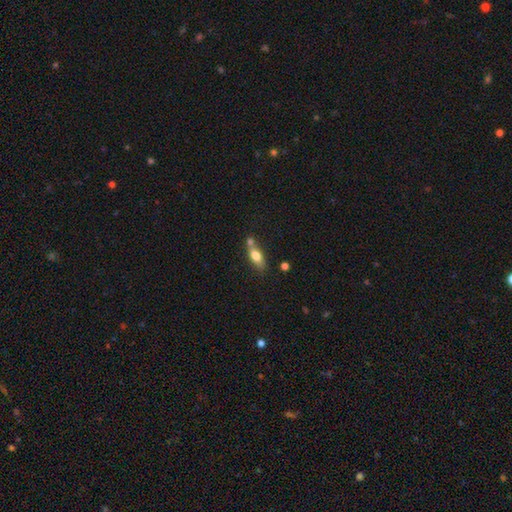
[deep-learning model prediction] Morphology: type=smooth (69%); roundness=in between (70%); merging=none (51%).